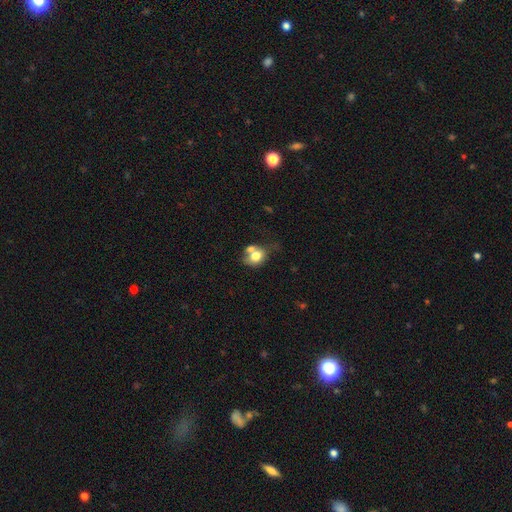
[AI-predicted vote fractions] The model was most divided on "merging": merger: 38%, none: 37%, minor disturbance: 16%, major disturbance: 8%. More confident: smooth or featured — smooth (73%); how rounded — round (55%).